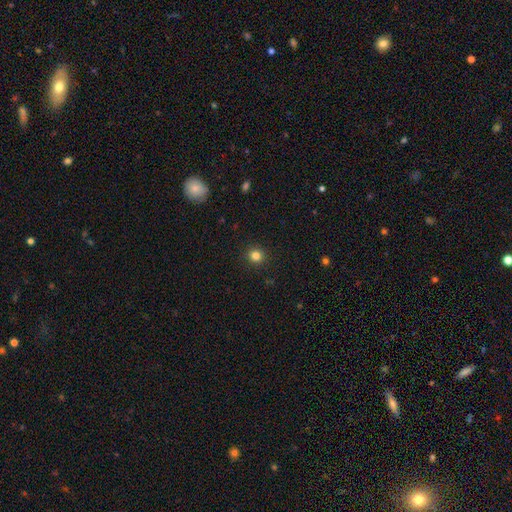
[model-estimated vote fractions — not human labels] smooth_or_featured: smooth (p=0.82) [alt: star or artifact p=0.13]
how_rounded: round (p=0.92) [alt: in between p=0.07]
merging: none (p=0.92) [alt: minor disturbance p=0.05]